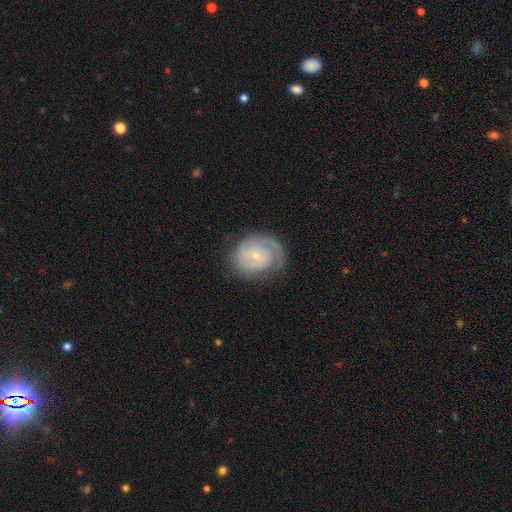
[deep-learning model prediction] Smooth or featured? Predicted: featured or disk (p=0.82). Edge-on disk? Predicted: no (p=0.98). Bar? Predicted: no (p=0.67). Spiral arms? Predicted: yes (p=0.94). Spiral winding? Predicted: tight (p=0.65). Spiral arm count? Predicted: 2 (p=0.41). Bulge size? Predicted: small (p=0.73). Merging? Predicted: none (p=0.72).